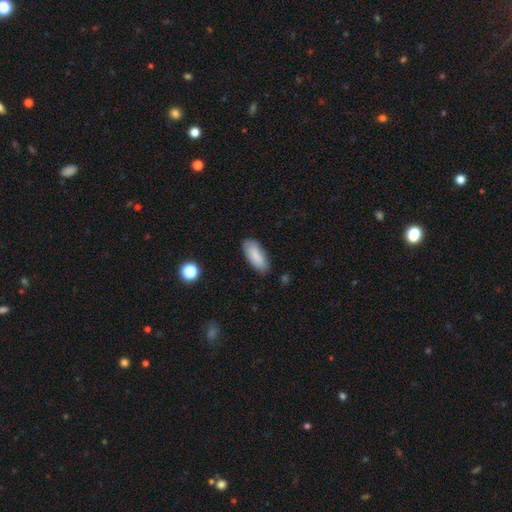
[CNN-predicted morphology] Smooth or featured: smooth — 86% (featured or disk — 8%)
How rounded: in between — 82% (cigar-shaped — 16%)
Merging: none — 80% (minor disturbance — 16%)